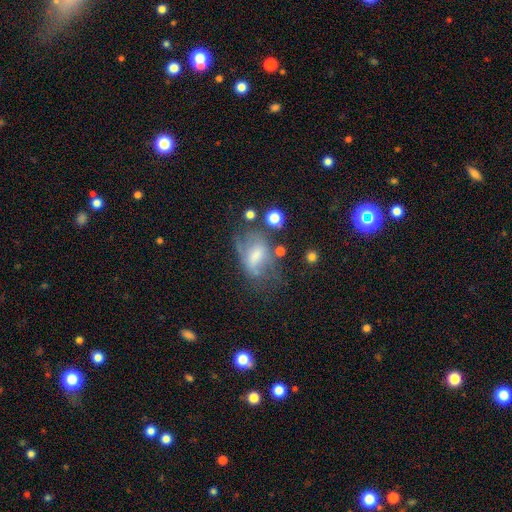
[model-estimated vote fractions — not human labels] The model was most divided on "smooth or featured": featured or disk: 45%, smooth: 43%, star or artifact: 12%. Remaining: merging — major disturbance (34%).